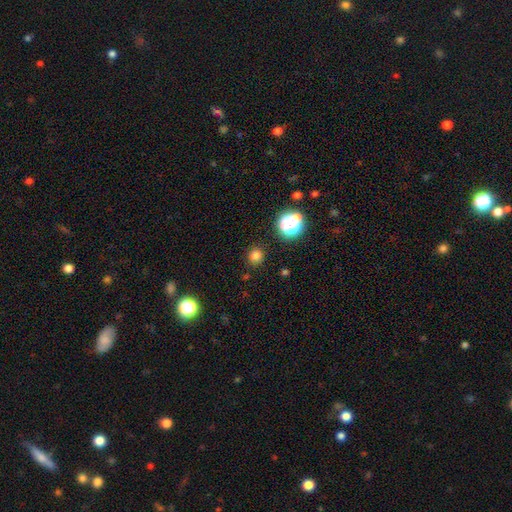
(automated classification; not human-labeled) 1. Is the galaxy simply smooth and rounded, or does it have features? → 76% smooth, 19% star or artifact, 4% featured or disk.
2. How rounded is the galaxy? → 90% round, 9% in between, 1% cigar-shaped.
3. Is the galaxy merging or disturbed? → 87% none, 8% minor disturbance, 3% major disturbance, 2% merger.